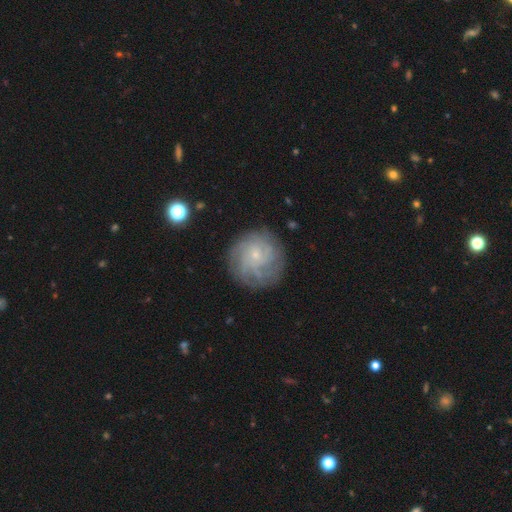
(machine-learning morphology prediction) Smooth or featured? featured or disk (65%)
Edge-on disk? no (97%)
Bar? no (80%)
Spiral arms? yes (88%)
Spiral winding? tight (63%)
Spiral arm count? can't tell (43%)
Bulge size? small (79%)
Merging? none (78%)